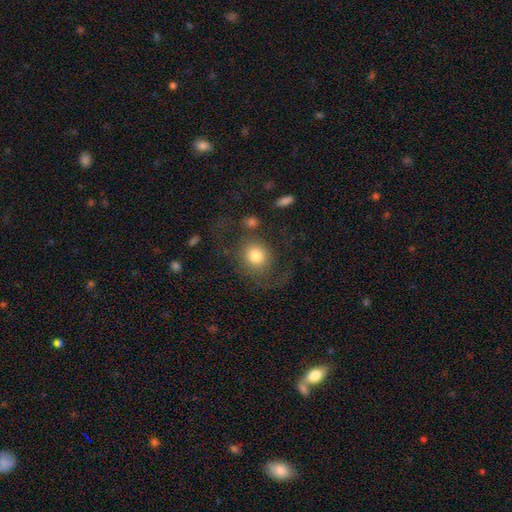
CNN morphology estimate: Smooth or featured? smooth (67%)
How rounded? round (78%)
Merging? none (53%)